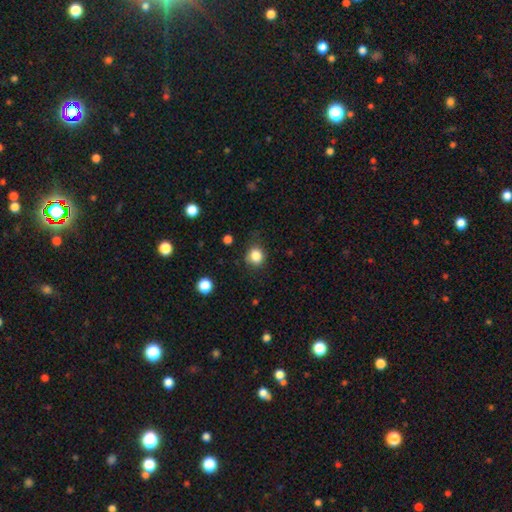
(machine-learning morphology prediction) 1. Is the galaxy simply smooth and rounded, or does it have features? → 84% smooth, 12% star or artifact, 5% featured or disk.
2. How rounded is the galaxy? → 80% round, 19% in between, 1% cigar-shaped.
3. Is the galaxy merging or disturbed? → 75% none, 18% minor disturbance, 5% major disturbance, 2% merger.